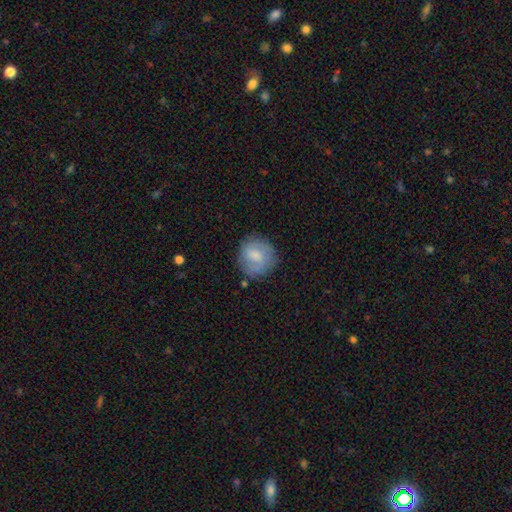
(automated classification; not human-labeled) This appears to be a smooth galaxy with no disk features (55%) that is round (87%). Merging: none (75%).